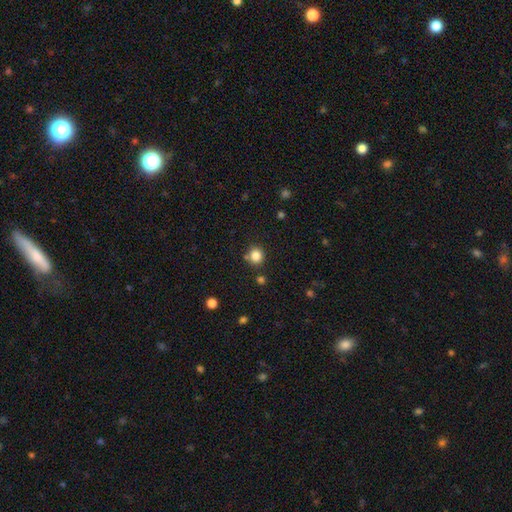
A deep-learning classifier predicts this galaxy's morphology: Smooth or featured? Predicted: smooth (p=0.83). How rounded? Predicted: round (p=0.86). Merging? Predicted: none (p=0.80).